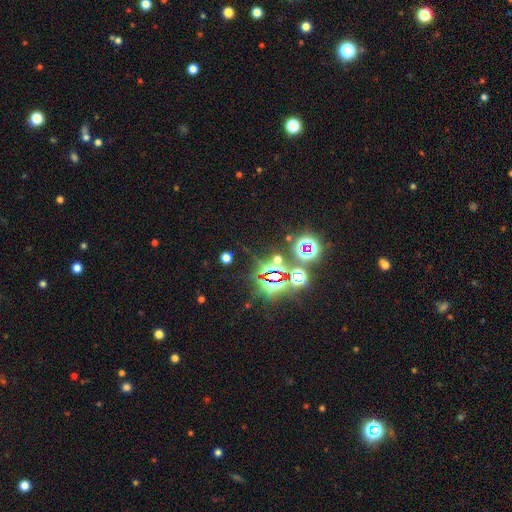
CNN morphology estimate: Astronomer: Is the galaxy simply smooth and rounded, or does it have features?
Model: star or artifact — 80%.